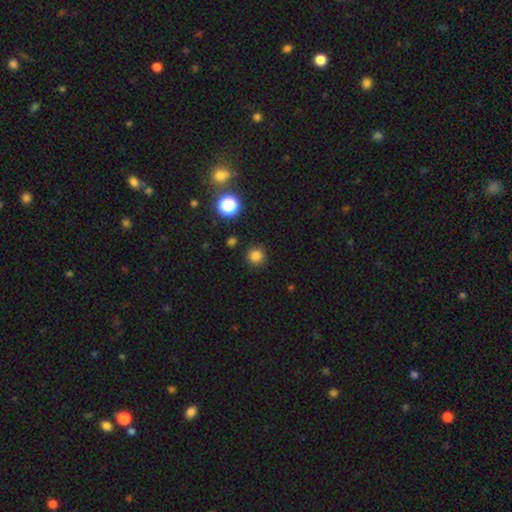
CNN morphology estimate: The model was most divided on "smooth or featured": smooth: 80%, star or artifact: 15%, featured or disk: 4%. More confident: how rounded — round (94%); merging — none (90%).